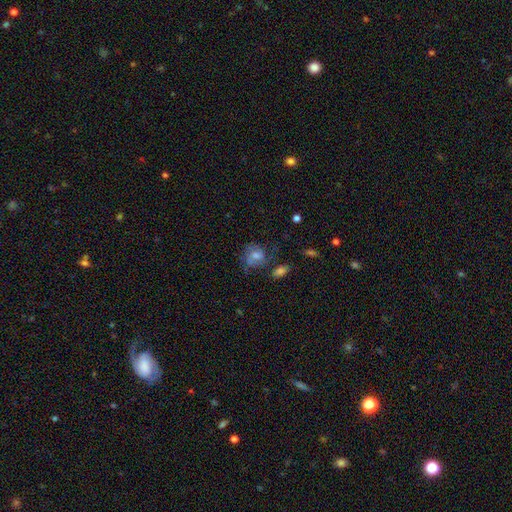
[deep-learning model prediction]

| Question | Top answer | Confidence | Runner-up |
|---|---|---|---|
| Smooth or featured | featured or disk | 59% | smooth (26%) |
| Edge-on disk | no | 97% | yes (3%) |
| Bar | no | 59% | weak (35%) |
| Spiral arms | yes | 84% | no (16%) |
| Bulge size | moderate | 52% | small (29%) |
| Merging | none | 61% | minor disturbance (18%) |